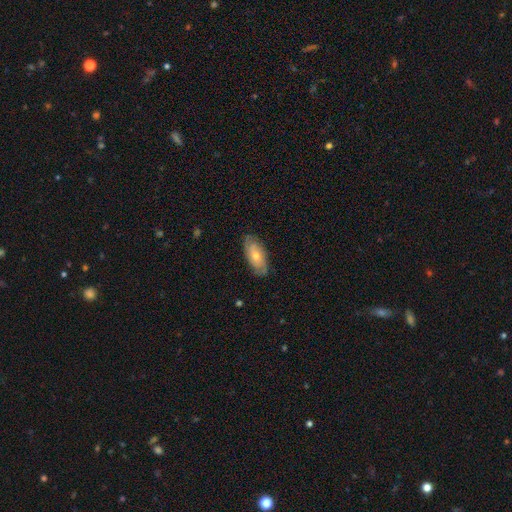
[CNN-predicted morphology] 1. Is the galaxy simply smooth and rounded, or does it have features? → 47% smooth, 46% featured or disk, 7% star or artifact.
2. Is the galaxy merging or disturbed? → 83% none, 13% minor disturbance, 3% major disturbance, 1% merger.